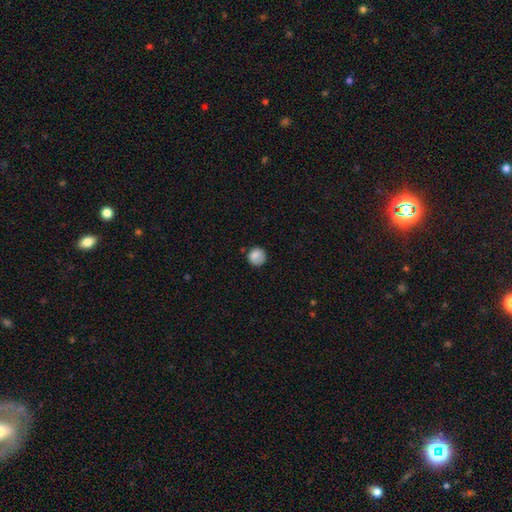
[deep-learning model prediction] Smooth or featured?
  - smooth: 83% *
  - star or artifact: 9%
  - featured or disk: 8%
How rounded?
  - round: 90% *
  - in between: 9%
  - cigar-shaped: 1%
Merging?
  - none: 75% *
  - minor disturbance: 18%
  - major disturbance: 5%
  - merger: 2%